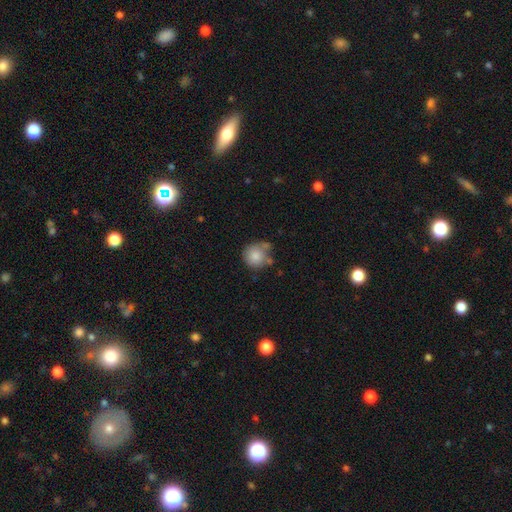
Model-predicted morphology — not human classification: smooth_or_featured: smooth (p=0.82) [alt: featured or disk p=0.10]
how_rounded: round (p=0.89) [alt: in between p=0.10]
merging: none (p=0.53) [alt: minor disturbance p=0.25]